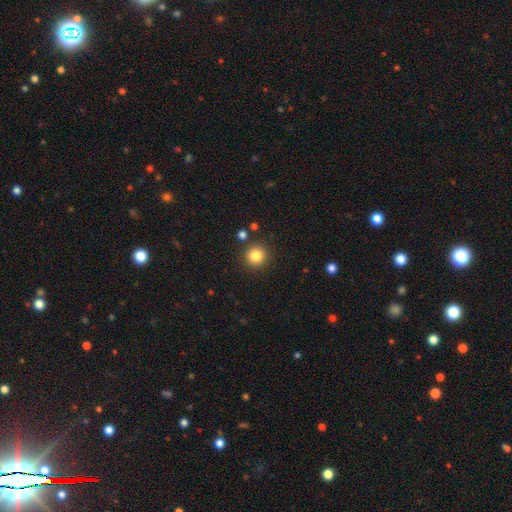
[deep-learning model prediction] The model was most divided on "smooth or featured": smooth: 84%, star or artifact: 11%, featured or disk: 5%. More confident: how rounded — round (94%); merging — none (88%).